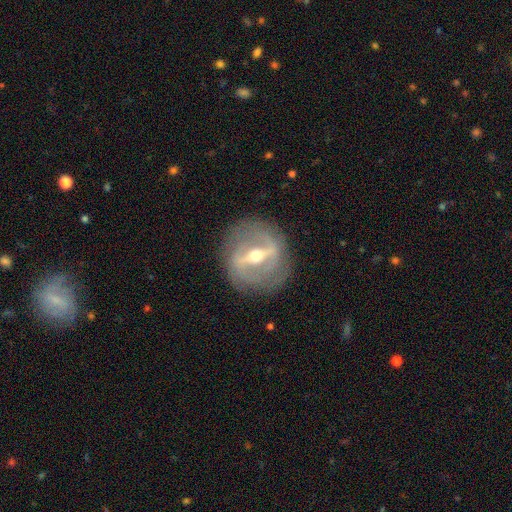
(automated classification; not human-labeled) Q: Smooth or featured?
A: featured or disk (83%); runner-up: smooth (11%)
Q: Edge-on disk?
A: no (77%); runner-up: yes (23%)
Q: Bar?
A: strong (81%); runner-up: weak (15%)
Q: Spiral arms?
A: no (55%); runner-up: yes (45%)
Q: Bulge size?
A: moderate (66%); runner-up: small (26%)
Q: Merging?
A: none (83%); runner-up: minor disturbance (10%)